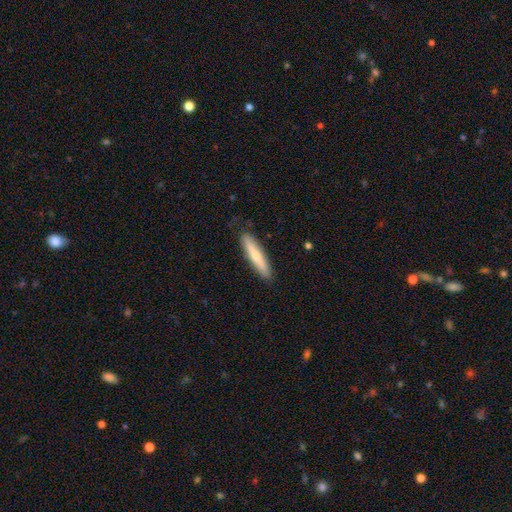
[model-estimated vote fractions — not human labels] smooth-or-featured: smooth: 69% | featured or disk: 26% | star or artifact: 5%
  how-rounded: cigar-shaped: 88% | in between: 11% | round: 1%
  merging: none: 86% | minor disturbance: 11% | major disturbance: 2% | merger: 1%